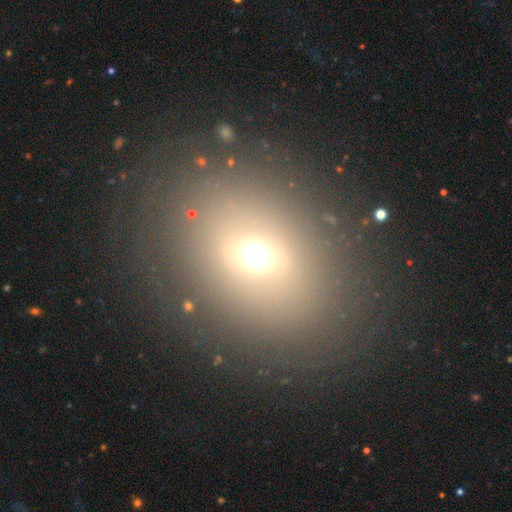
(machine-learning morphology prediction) smooth_or_featured: smooth (p=0.61) [alt: star or artifact p=0.21]
how_rounded: in between (p=0.55) [alt: round p=0.44]
merging: none (p=0.82) [alt: minor disturbance p=0.10]